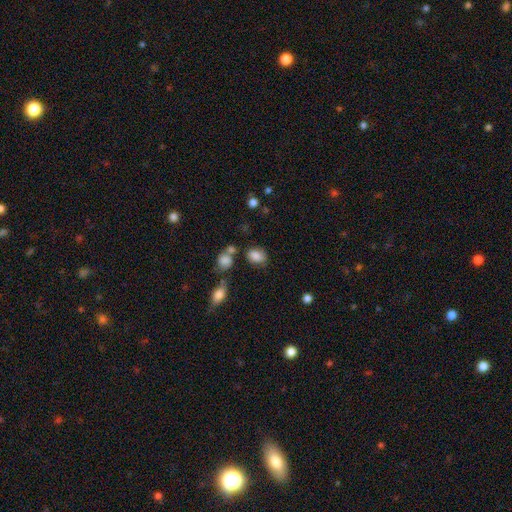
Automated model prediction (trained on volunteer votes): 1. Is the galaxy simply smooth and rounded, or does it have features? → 82% smooth, 9% star or artifact, 9% featured or disk.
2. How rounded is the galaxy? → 72% in between, 26% round, 1% cigar-shaped.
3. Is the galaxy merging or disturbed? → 68% none, 18% minor disturbance, 9% merger, 6% major disturbance.